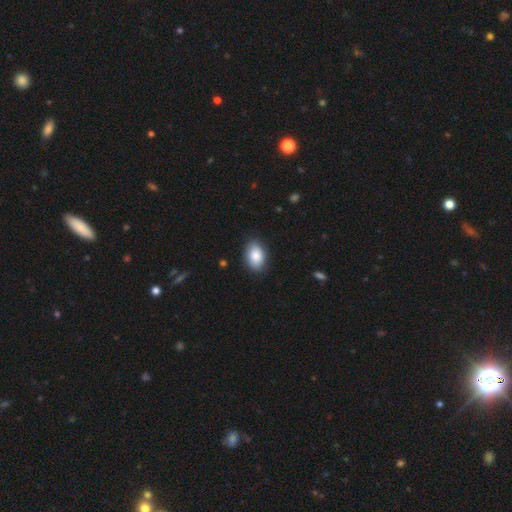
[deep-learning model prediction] Q: Smooth or featured?
A: smooth (85%); runner-up: featured or disk (9%)
Q: How rounded?
A: in between (87%); runner-up: round (12%)
Q: Merging?
A: none (86%); runner-up: minor disturbance (11%)